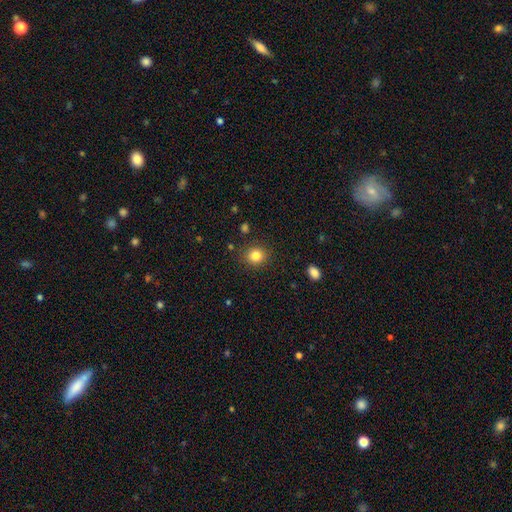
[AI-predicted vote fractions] smooth-or-featured: smooth: 83% | star or artifact: 11% | featured or disk: 6%
  how-rounded: round: 81% | in between: 18% | cigar-shaped: 1%
  merging: none: 88% | minor disturbance: 8% | major disturbance: 3% | merger: 2%